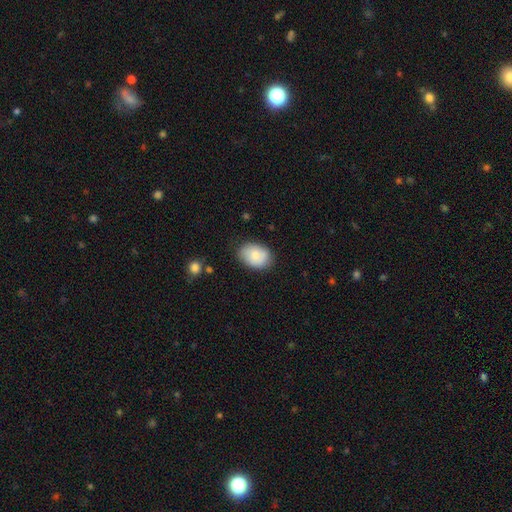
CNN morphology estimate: Smooth or featured? smooth (75%)
How rounded? in between (72%)
Merging? none (77%)